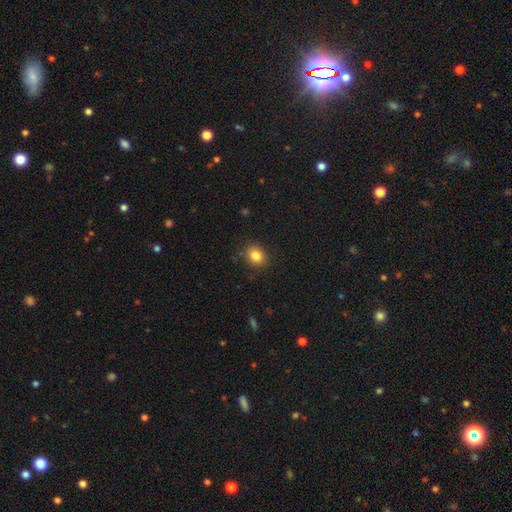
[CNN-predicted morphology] smooth 84%, star or artifact 10%, featured or disk 6%. Down the decision tree: how rounded — round (57%); merging — none (86%).